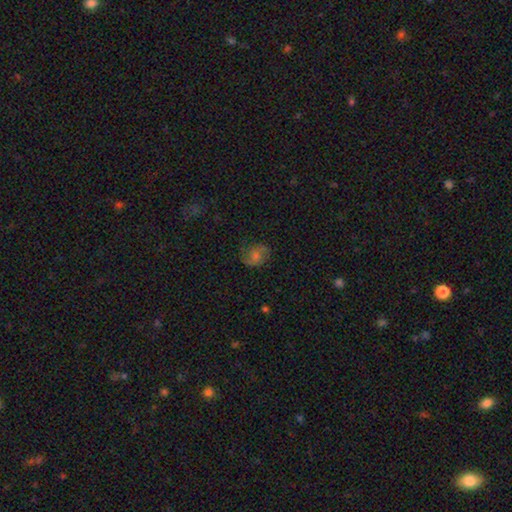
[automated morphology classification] Smooth or featured?
  - featured or disk: 48% *
  - smooth: 37%
  - star or artifact: 15%
Merging?
  - none: 74% *
  - minor disturbance: 17%
  - major disturbance: 7%
  - merger: 1%